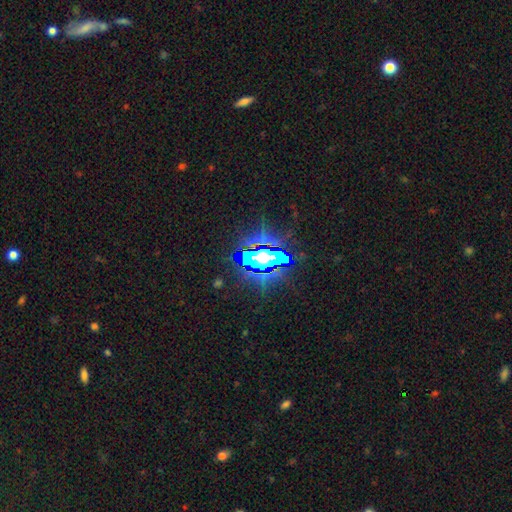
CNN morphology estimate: Overall: star or artifact (61%).